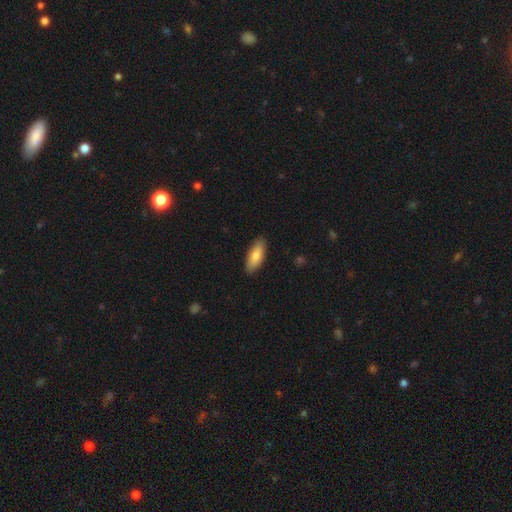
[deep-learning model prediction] smooth-or-featured: smooth: 79% | featured or disk: 15% | star or artifact: 6%
  how-rounded: in between: 73% | cigar-shaped: 25% | round: 2%
  merging: none: 88% | minor disturbance: 10% | major disturbance: 2% | merger: 1%